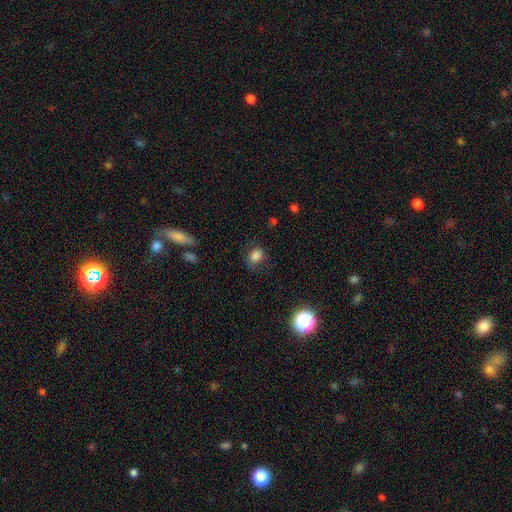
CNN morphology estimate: This appears to be a smooth galaxy with no disk features (80%) that is in between round and cigar-shaped (56%). Merging: none (67%).